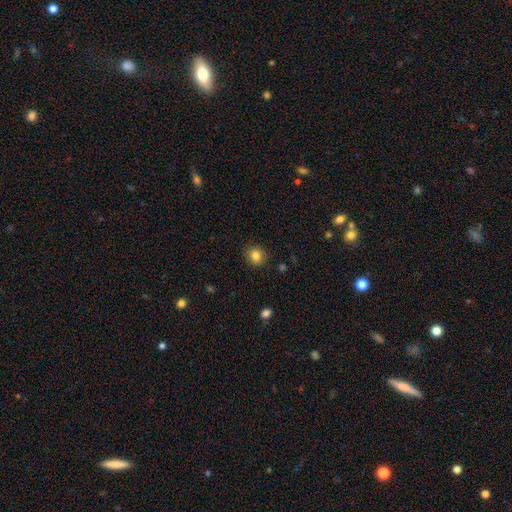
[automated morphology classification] smooth_or_featured: smooth (p=0.83) [alt: star or artifact p=0.11]
how_rounded: round (p=0.83) [alt: in between p=0.16]
merging: none (p=0.89) [alt: minor disturbance p=0.08]